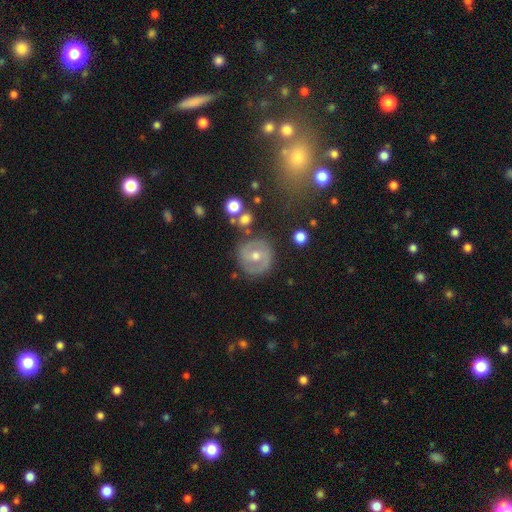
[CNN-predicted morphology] Smooth or featured?
  - featured or disk: 66% *
  - smooth: 26%
  - star or artifact: 8%
Edge-on disk?
  - no: 97% *
  - yes: 3%
Bar?
  - no: 48% *
  - weak: 38%
  - strong: 14%
Spiral arms?
  - yes: 67% *
  - no: 33%
Bulge size?
  - moderate: 72% *
  - small: 23%
  - large: 3%
  - none: 1%
  - dominant: 1%
Merging?
  - none: 81% *
  - minor disturbance: 12%
  - major disturbance: 4%
  - merger: 3%